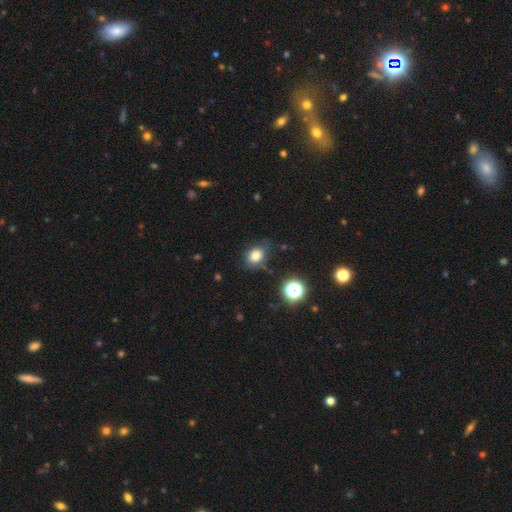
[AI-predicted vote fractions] Overall: smooth (78%). How rounded: in between (51%; round 48%). Merging: none (70%).